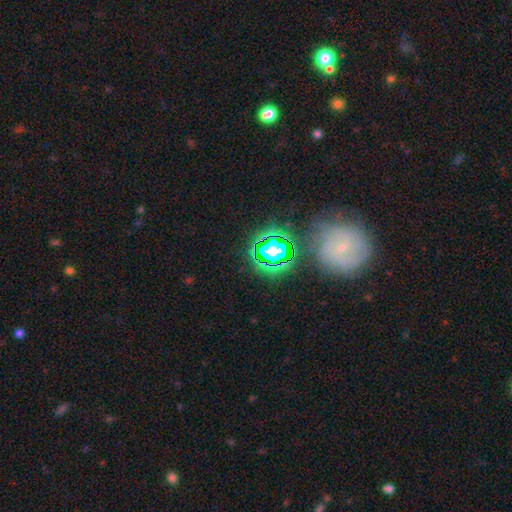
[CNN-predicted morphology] Q: Smooth or featured?
A: star or artifact (62%); runner-up: smooth (24%)